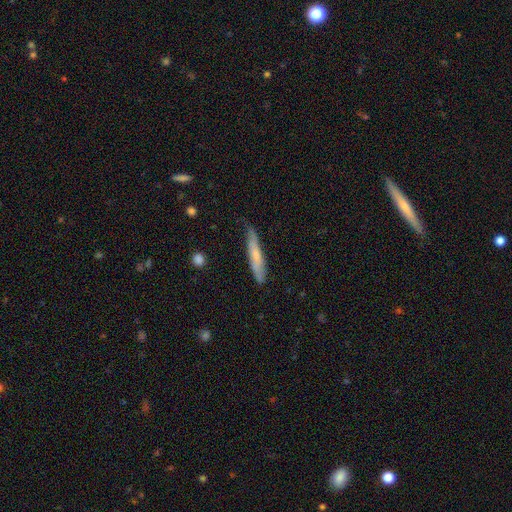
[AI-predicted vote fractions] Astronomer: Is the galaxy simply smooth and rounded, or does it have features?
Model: smooth — 56% (runner-up: featured or disk, 38%).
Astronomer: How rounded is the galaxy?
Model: cigar-shaped — 92%.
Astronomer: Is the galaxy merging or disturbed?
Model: none — 72%.